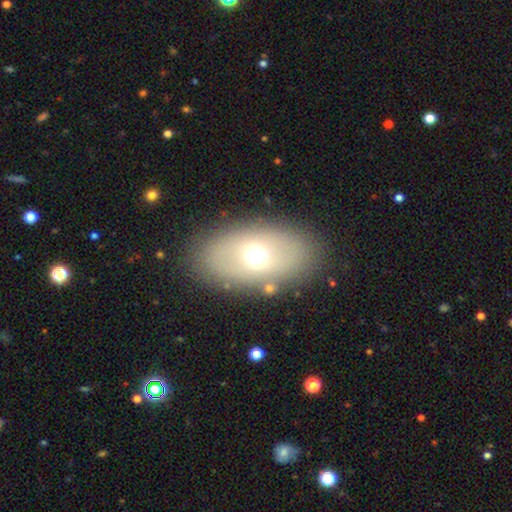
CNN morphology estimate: The model was most divided on "smooth or featured": smooth: 55%, featured or disk: 33%, star or artifact: 11%. More confident: how rounded — in between (85%); merging — none (83%).